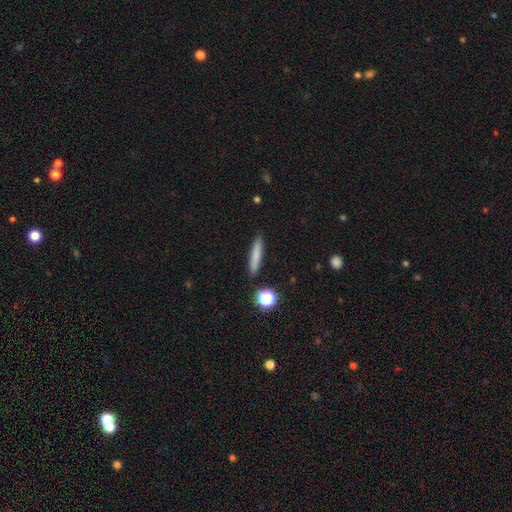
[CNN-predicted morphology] A smooth galaxy with no disk features (77%) that is cigar-shaped (90%). Merging: none (89%).